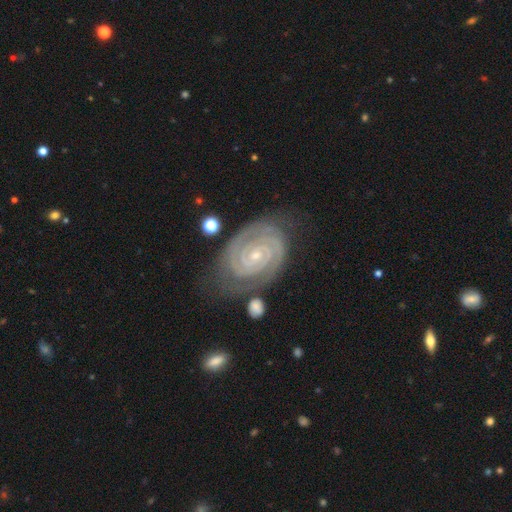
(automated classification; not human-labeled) smooth-or-featured: featured or disk: 92% | star or artifact: 4% | smooth: 3%
  disk-edge-on: no: 97% | yes: 3%
    bar: no: 58% | weak: 28% | strong: 14%
    has-spiral-arms: yes: 98% | no: 2%
      spiral-winding: tight: 83% | medium: 15% | loose: 2%
      spiral-arm-count: 2: 80% | 3: 8% | can't tell: 5% | 4: 3% | 1: 2% | more than 4: 2%
    bulge-size: small: 78% | moderate: 18% | none: 1% | large: 1% | dominant: 1%
  merging: none: 75% | minor disturbance: 17% | major disturbance: 6% | merger: 3%